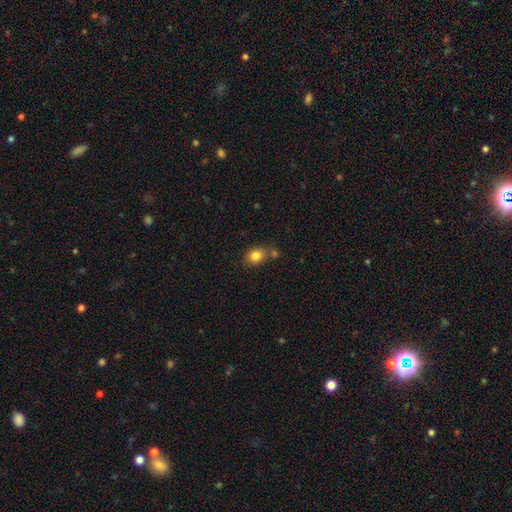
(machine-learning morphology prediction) smooth-or-featured: smooth: 83% | star or artifact: 10% | featured or disk: 7%
  how-rounded: in between: 52% | round: 47% | cigar-shaped: 1%
  merging: none: 63% | merger: 20% | minor disturbance: 14% | major disturbance: 4%